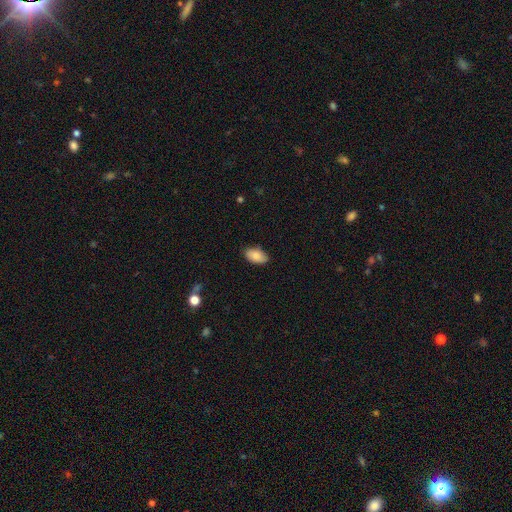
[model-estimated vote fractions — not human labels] Smooth or featured? smooth (84%)
How rounded? in between (94%)
Merging? none (83%)